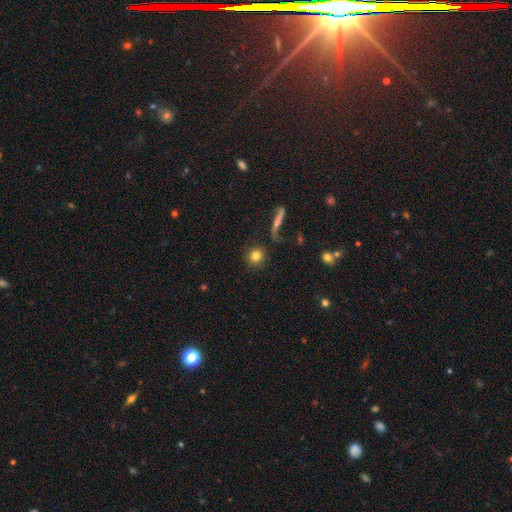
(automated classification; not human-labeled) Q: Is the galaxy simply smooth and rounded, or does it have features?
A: smooth — 80%.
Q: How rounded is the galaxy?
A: round — 90%.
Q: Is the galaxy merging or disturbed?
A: none — 84%.